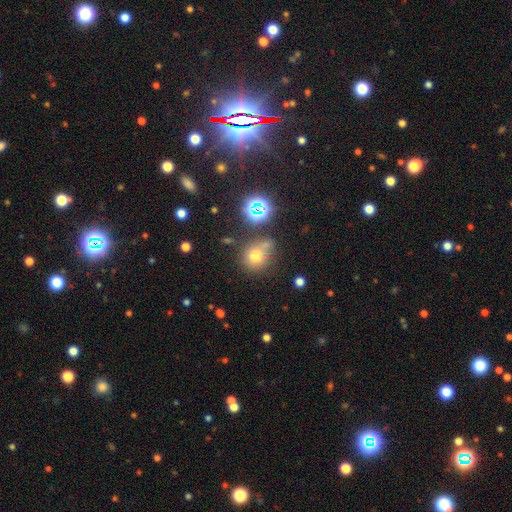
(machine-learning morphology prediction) smooth 67%, star or artifact 21%, featured or disk 12%. Down the decision tree: how rounded — round (79%); merging — none (56%).